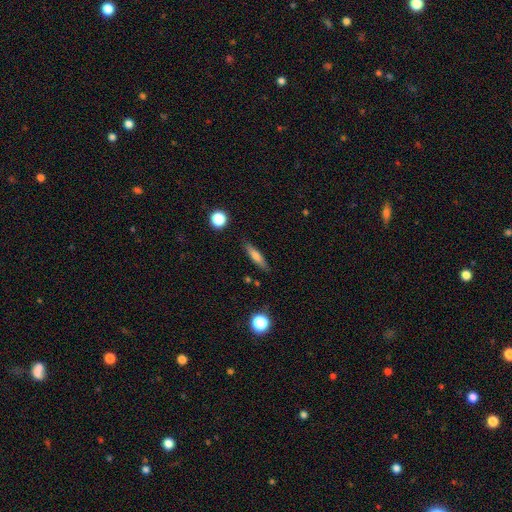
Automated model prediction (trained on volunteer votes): Smooth or featured? smooth (63%)
How rounded? cigar-shaped (80%)
Merging? none (86%)